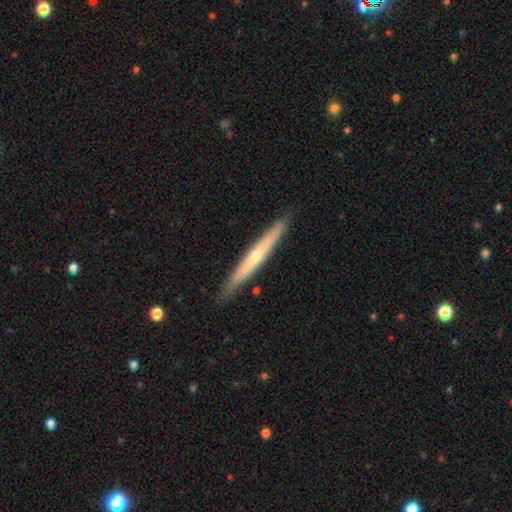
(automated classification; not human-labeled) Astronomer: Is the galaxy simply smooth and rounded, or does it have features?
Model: featured or disk — 54% (runner-up: smooth, 40%).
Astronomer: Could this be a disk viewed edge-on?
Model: yes — 96%.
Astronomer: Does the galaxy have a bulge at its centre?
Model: rounded — 57% (runner-up: none, 40%).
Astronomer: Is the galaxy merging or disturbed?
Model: none — 90%.